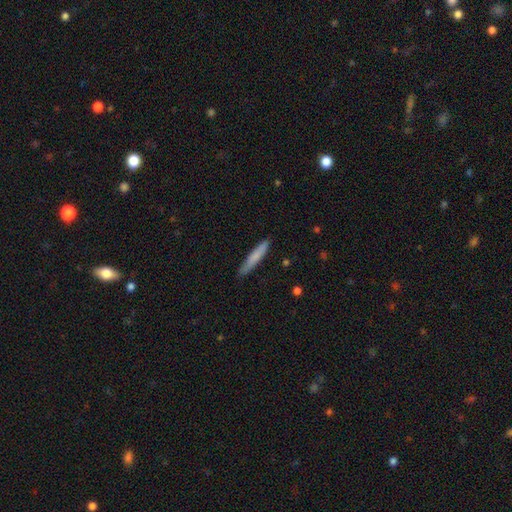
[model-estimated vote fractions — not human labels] smooth-or-featured: smooth: 74% | featured or disk: 20% | star or artifact: 6%
  how-rounded: cigar-shaped: 94% | in between: 5% | round: 1%
  merging: none: 87% | minor disturbance: 11% | major disturbance: 2% | merger: 1%